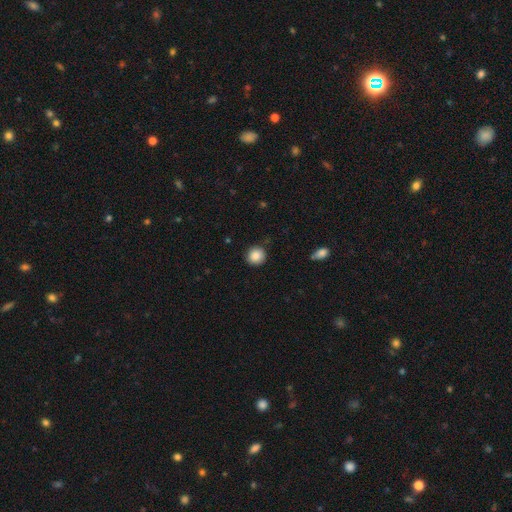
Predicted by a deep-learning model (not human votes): Q: Smooth or featured?
A: smooth (87%); runner-up: star or artifact (9%)
Q: How rounded?
A: round (91%); runner-up: in between (8%)
Q: Merging?
A: none (86%); runner-up: minor disturbance (11%)